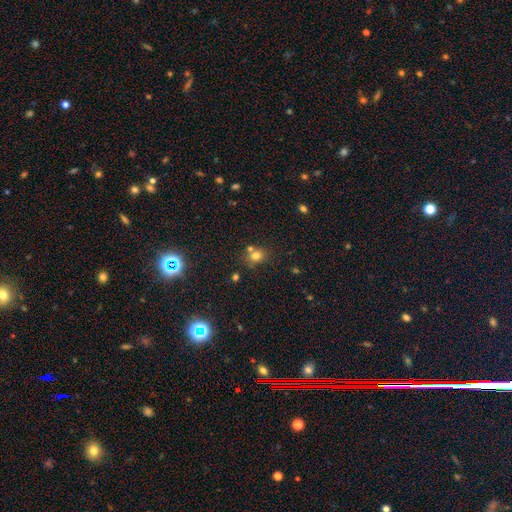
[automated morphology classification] type=smooth (72%); roundness=round (70%); merging=none (58%).